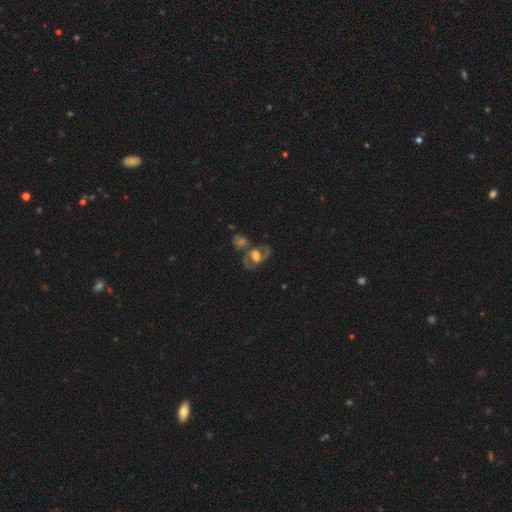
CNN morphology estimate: Smooth or featured? Predicted: featured or disk (p=0.67). Edge-on disk? Predicted: no (p=0.94). Bar? Predicted: no (p=0.49). Spiral arms? Predicted: yes (p=0.78). Bulge size? Predicted: large (p=0.46). Merging? Predicted: none (p=0.41).